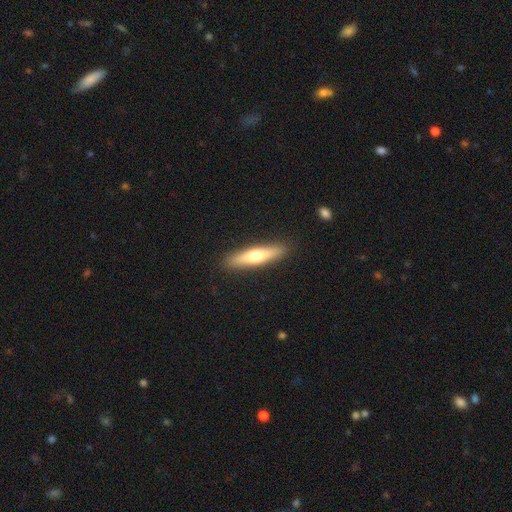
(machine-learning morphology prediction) Smooth or featured?
  - smooth: 55% *
  - featured or disk: 40%
  - star or artifact: 5%
How rounded?
  - cigar-shaped: 82% *
  - in between: 16%
  - round: 2%
Merging?
  - none: 90% *
  - minor disturbance: 7%
  - major disturbance: 2%
  - merger: 1%